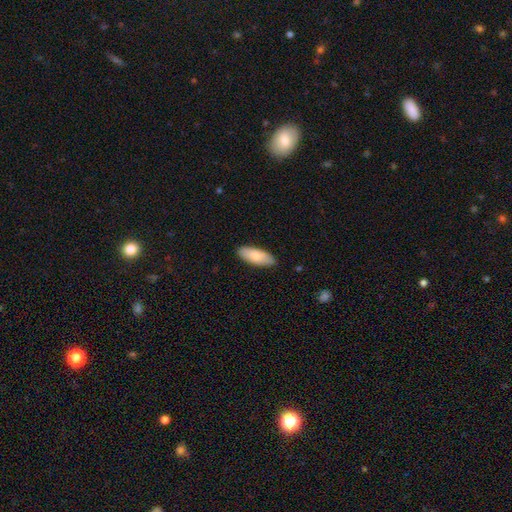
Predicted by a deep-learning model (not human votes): Q: Smooth or featured?
A: smooth (78%); runner-up: featured or disk (16%)
Q: How rounded?
A: in between (76%); runner-up: cigar-shaped (22%)
Q: Merging?
A: none (88%); runner-up: minor disturbance (10%)